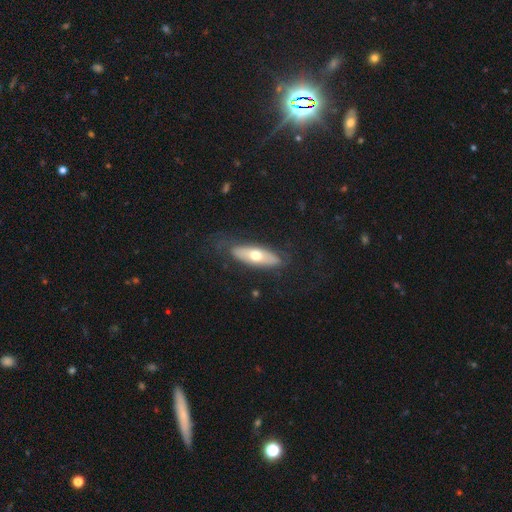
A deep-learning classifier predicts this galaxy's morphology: The model was most divided on "smooth or featured": smooth: 48%, featured or disk: 47%, star or artifact: 6%. More confident: merging — none (72%).